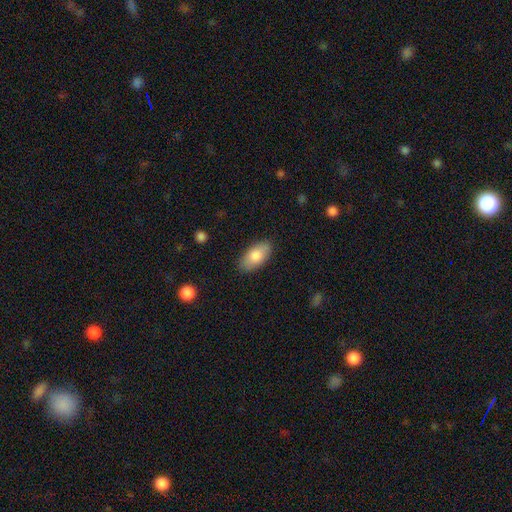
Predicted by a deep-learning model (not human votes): Morphology: type=smooth (81%); roundness=in between (93%); merging=none (85%).